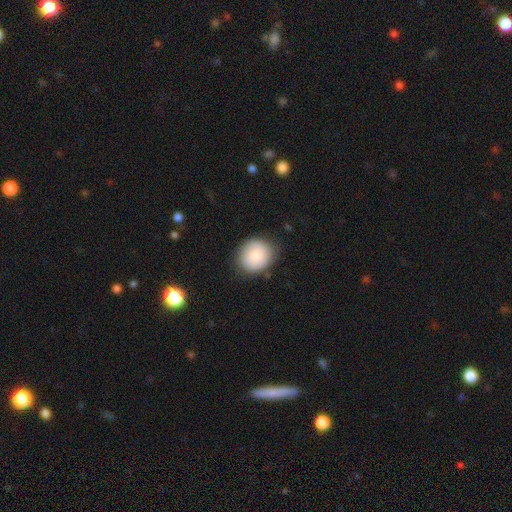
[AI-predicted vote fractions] This appears to be a smooth galaxy with no disk features (79%) that is round (79%). Merging: none (80%).